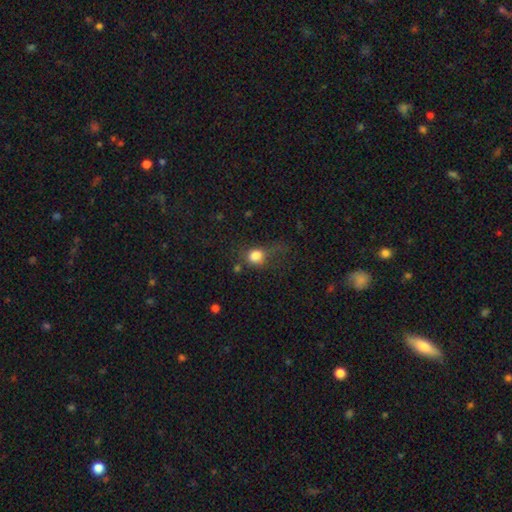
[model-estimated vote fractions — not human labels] Smooth or featured?
  - smooth: 80% *
  - star or artifact: 11%
  - featured or disk: 9%
How rounded?
  - round: 60% *
  - in between: 38%
  - cigar-shaped: 2%
Merging?
  - none: 37% *
  - major disturbance: 33%
  - minor disturbance: 24%
  - merger: 6%